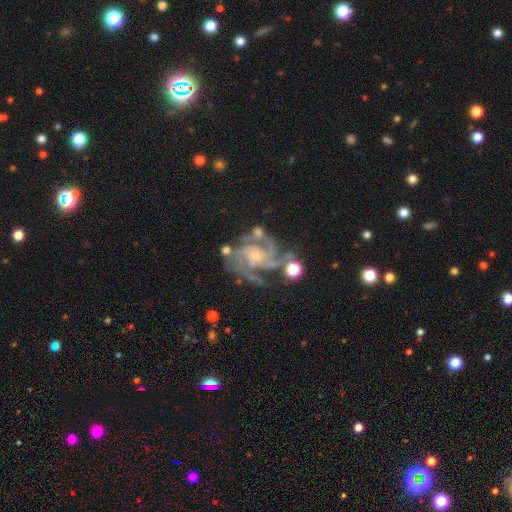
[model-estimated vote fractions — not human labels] Smooth or featured: featured or disk — 90% (star or artifact — 7%)
Edge-on disk: no — 98% (yes — 2%)
Bar: no — 63% (weak — 29%)
Spiral arms: yes — 98% (no — 2%)
Spiral winding: tight — 53% (medium — 41%)
Spiral arm count: 3 — 39% (2 — 20%)
Bulge size: small — 63% (moderate — 27%)
Merging: none — 61% (minor disturbance — 20%)